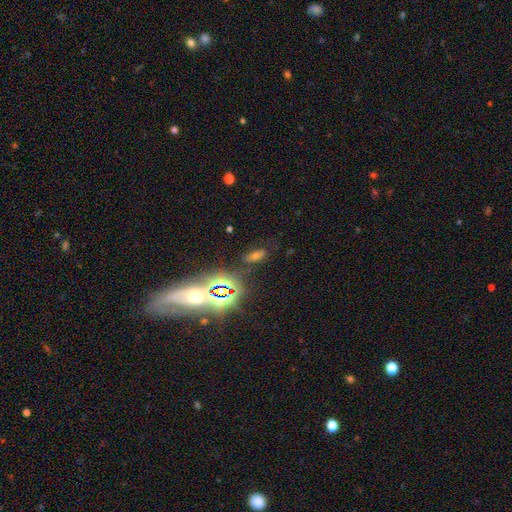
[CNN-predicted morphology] Q: Smooth or featured?
A: star or artifact (46%); runner-up: smooth (35%)